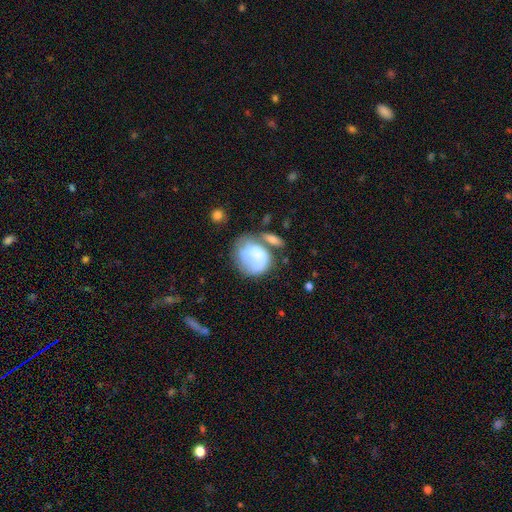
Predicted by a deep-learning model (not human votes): smooth_or_featured: smooth (p=0.65) [alt: featured or disk p=0.28]
how_rounded: round (p=0.69) [alt: in between p=0.30]
merging: none (p=0.33) [alt: minor disturbance p=0.23]